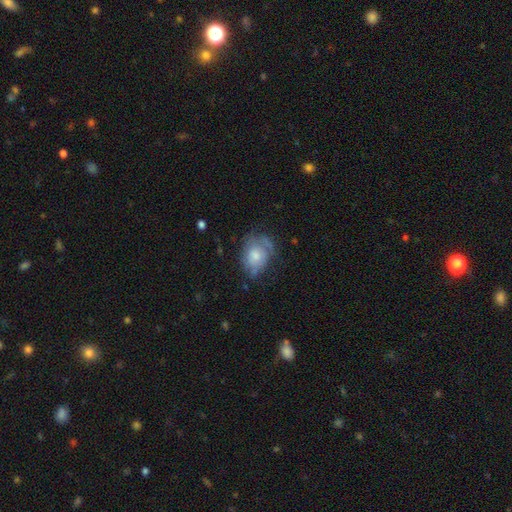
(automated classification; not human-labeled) Smooth or featured? Predicted: smooth (p=0.56). How rounded? Predicted: in between (p=0.62). Merging? Predicted: none (p=0.45).